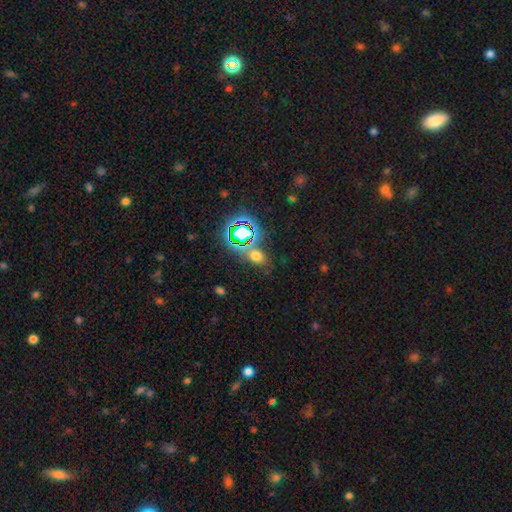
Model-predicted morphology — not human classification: Smooth or featured? smooth (52%)
How rounded? in between (60%)
Merging? none (65%)